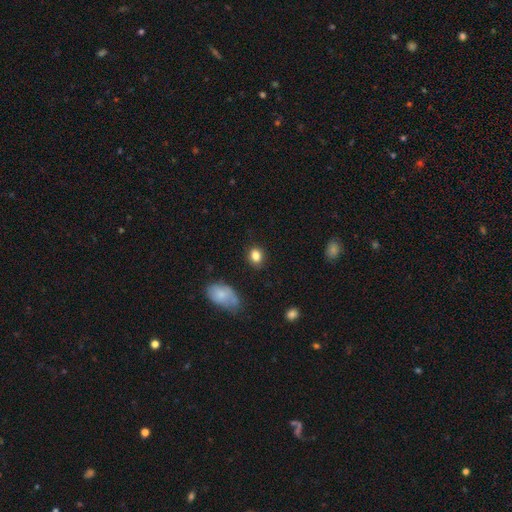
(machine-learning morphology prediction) This is clearly a smooth galaxy (84%). How rounded: possibly round (50%). Merging: clearly none (83%).